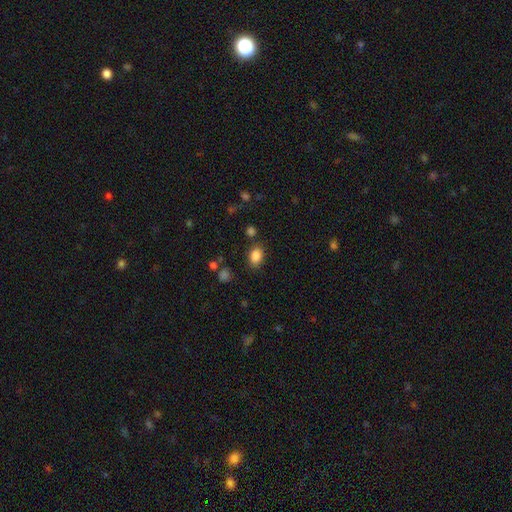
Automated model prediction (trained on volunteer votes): Smooth or featured?
  - smooth: 85% *
  - star or artifact: 10%
  - featured or disk: 5%
How rounded?
  - in between: 78% *
  - round: 21%
  - cigar-shaped: 1%
Merging?
  - none: 80% *
  - minor disturbance: 13%
  - major disturbance: 4%
  - merger: 4%